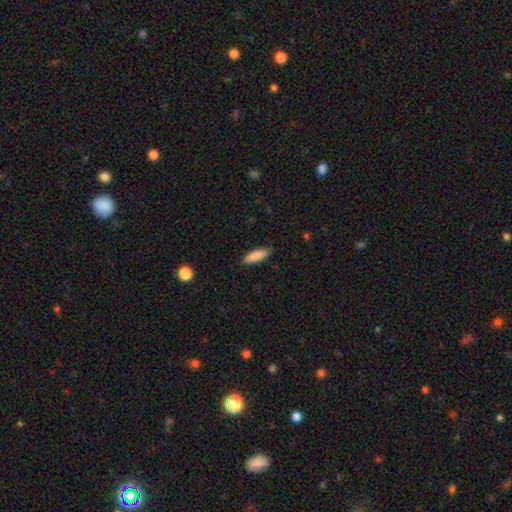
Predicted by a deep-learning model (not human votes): Smooth or featured? Predicted: smooth (p=0.88). How rounded? Predicted: in between (p=0.56). Merging? Predicted: none (p=0.86).